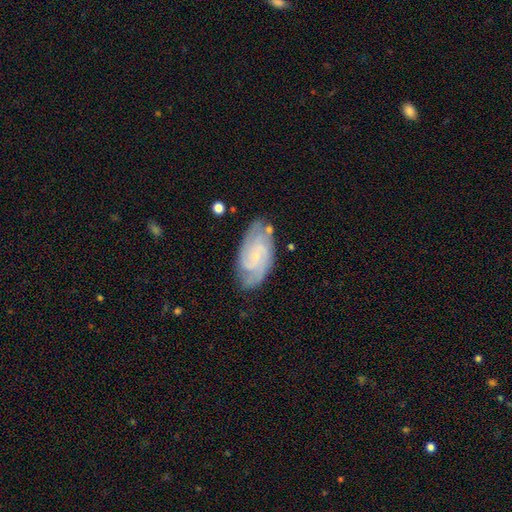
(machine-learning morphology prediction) A featured or disk galaxy (79%) with no bar (58%), 2 (39%) tight (56%) spiral arms (96%) and a small central bulge (74%).

Vote fractions:
- Smooth or featured? featured or disk: 79% / smooth: 15% / star or artifact: 6%
- Edge-on disk? no: 96% / yes: 4%
- Bar? no: 58% / weak: 35% / strong: 7%
- Spiral arms? yes: 96% / no: 4%
- Spiral winding? tight: 56% / medium: 36% / loose: 8%
- Spiral arm count? 2: 39% / can't tell: 23% / 3: 22% / 4: 8% / 1: 4% / more than 4: 4%
- Bulge size? small: 74% / moderate: 13% / none: 11% / large: 1% / dominant: 1%
- Merging? none: 74% / minor disturbance: 19% / major disturbance: 5% / merger: 2%